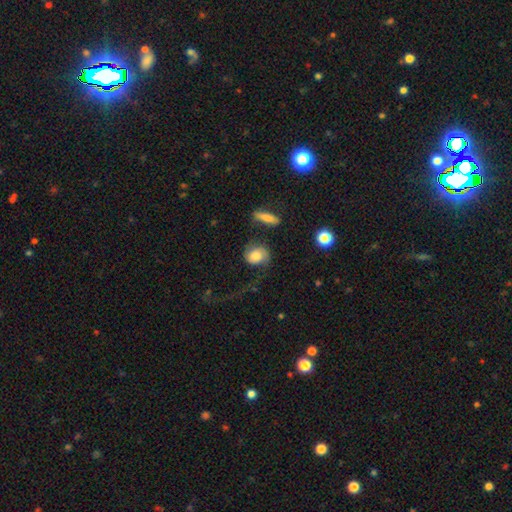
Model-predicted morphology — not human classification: This is possibly a smooth galaxy (48%). Merging: marginally none (43%).